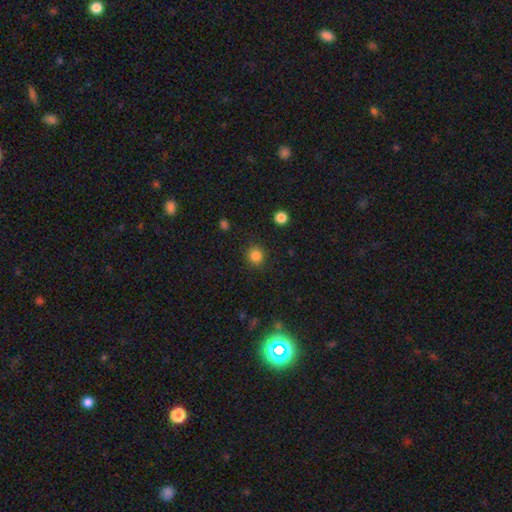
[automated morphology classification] smooth 83%, star or artifact 12%, featured or disk 4%. Down the decision tree: how rounded — round (90%); merging — none (89%).